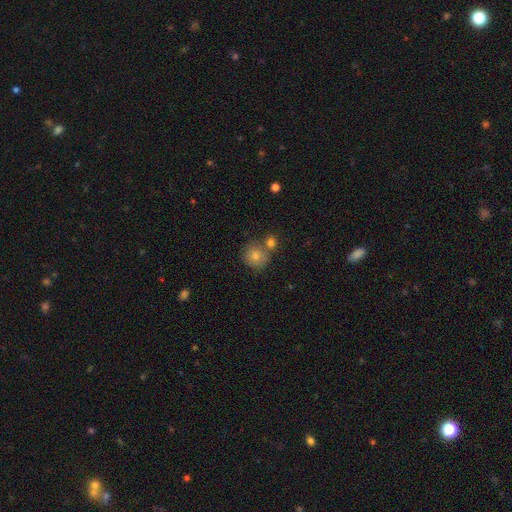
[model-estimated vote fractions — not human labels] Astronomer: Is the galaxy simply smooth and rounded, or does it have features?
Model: smooth — 71%.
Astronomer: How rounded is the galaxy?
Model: round — 90%.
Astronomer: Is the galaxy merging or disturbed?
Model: none — 66%.